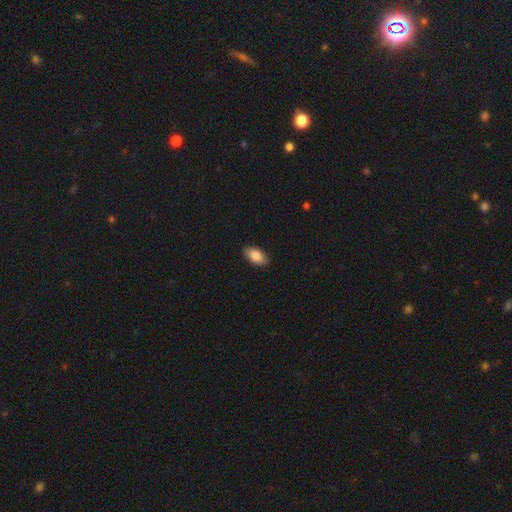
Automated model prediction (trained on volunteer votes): Smooth or featured?
  - smooth: 87% *
  - star or artifact: 7%
  - featured or disk: 6%
How rounded?
  - in between: 94% *
  - round: 4%
  - cigar-shaped: 3%
Merging?
  - none: 89% *
  - minor disturbance: 8%
  - major disturbance: 2%
  - merger: 1%